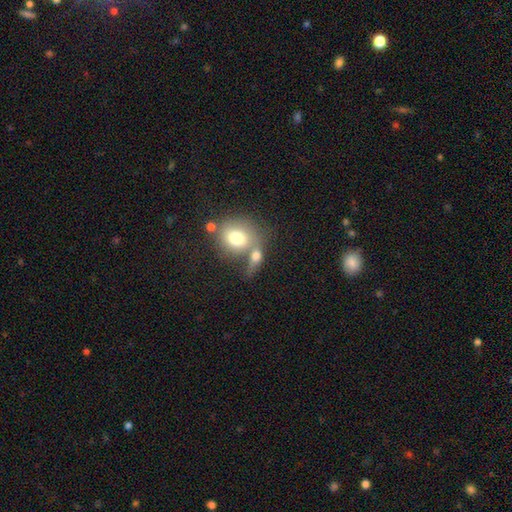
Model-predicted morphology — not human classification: Smooth or featured? Predicted: smooth (p=0.69). How rounded? Predicted: in between (p=0.48). Merging? Predicted: merger (p=0.49).